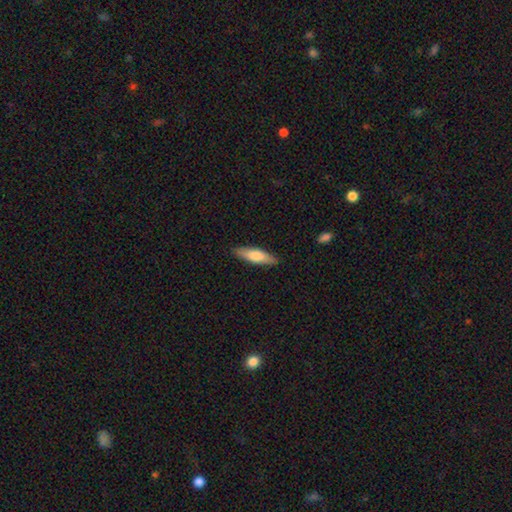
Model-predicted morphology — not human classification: A smooth galaxy with no disk features (71%) that is cigar-shaped (65%). Merging: none (88%).